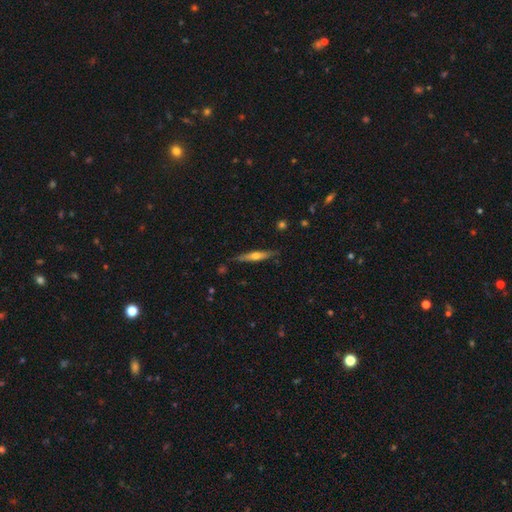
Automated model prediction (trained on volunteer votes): This is possibly a featured or disk galaxy (57%). It is clearly viewed edge-on (95%). Edge-on bulge: clearly rounded (85%). Merging: clearly none (84%).